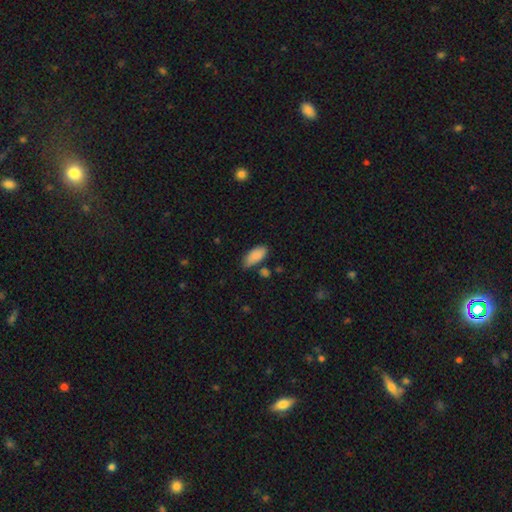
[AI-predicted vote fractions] Smooth or featured?
  - smooth: 88% *
  - star or artifact: 7%
  - featured or disk: 5%
How rounded?
  - in between: 87% *
  - cigar-shaped: 11%
  - round: 2%
Merging?
  - none: 67% *
  - minor disturbance: 22%
  - merger: 6%
  - major disturbance: 4%